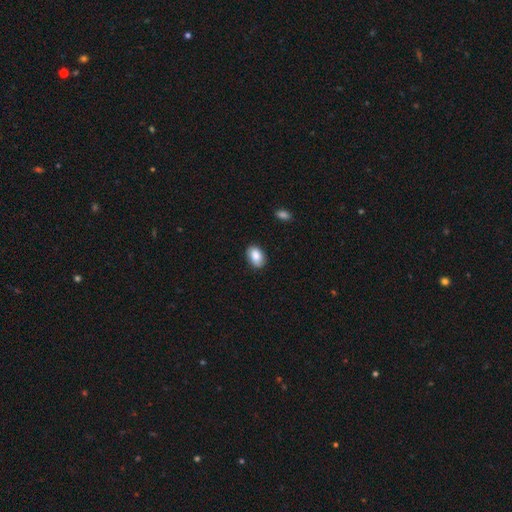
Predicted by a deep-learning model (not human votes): Q: Smooth or featured?
A: smooth (86%); runner-up: featured or disk (7%)
Q: How rounded?
A: in between (87%); runner-up: round (12%)
Q: Merging?
A: none (85%); runner-up: minor disturbance (12%)